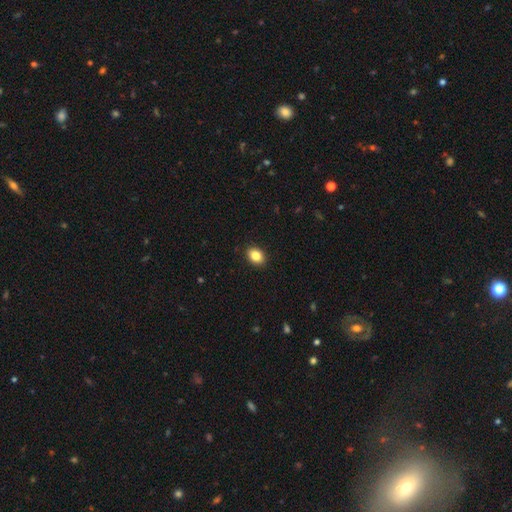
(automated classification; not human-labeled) Smooth or featured: smooth — 85% (star or artifact — 9%)
How rounded: in between — 71% (round — 28%)
Merging: none — 90% (minor disturbance — 7%)